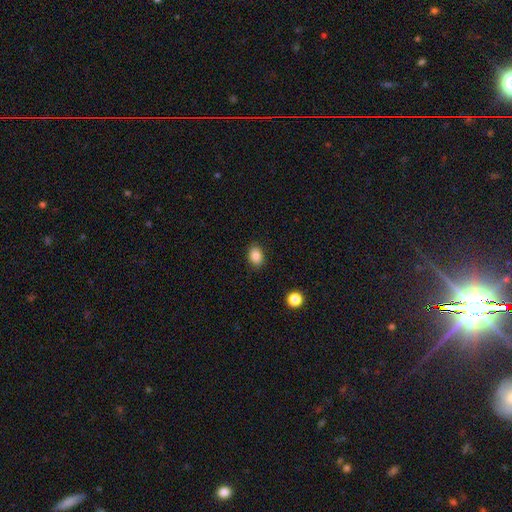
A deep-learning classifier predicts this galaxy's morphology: This appears to be a smooth galaxy with no disk features (87%) that is in between round and cigar-shaped (73%). Merging: none (87%).